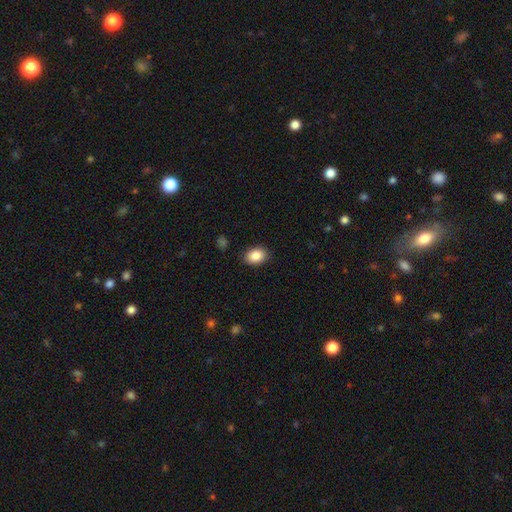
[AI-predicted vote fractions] Smooth or featured? Predicted: smooth (p=0.88). How rounded? Predicted: in between (p=0.76). Merging? Predicted: none (p=0.87).